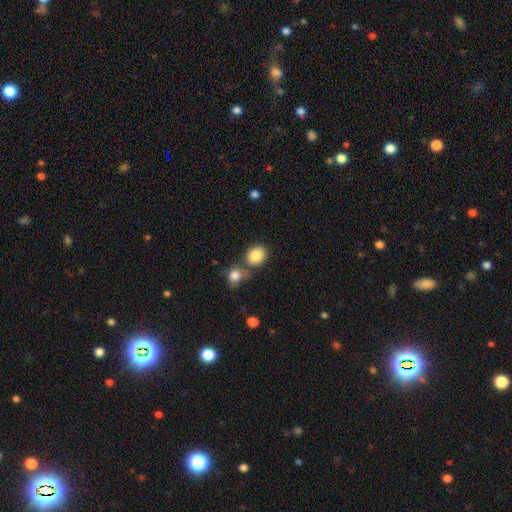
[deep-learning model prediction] A smooth galaxy with no disk features (85%) that is round (64%).

Vote fractions:
- Smooth or featured? smooth: 85% / star or artifact: 8% / featured or disk: 6%
- How rounded? round: 64% / in between: 35% / cigar-shaped: 1%
- Merging? none: 59% / merger: 26% / minor disturbance: 11% / major disturbance: 4%